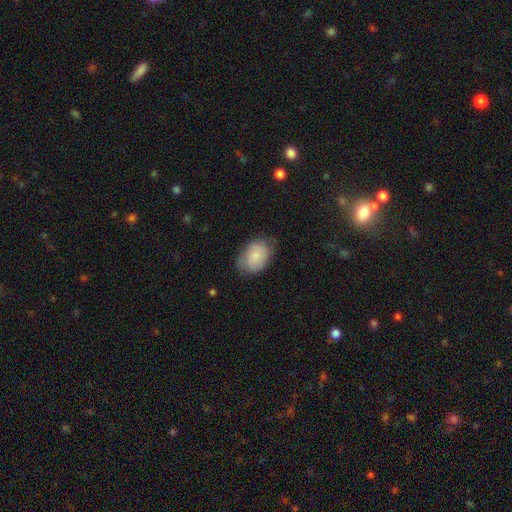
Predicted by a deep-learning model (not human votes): Smooth or featured? Predicted: smooth (p=0.78). How rounded? Predicted: in between (p=0.78). Merging? Predicted: none (p=0.69).